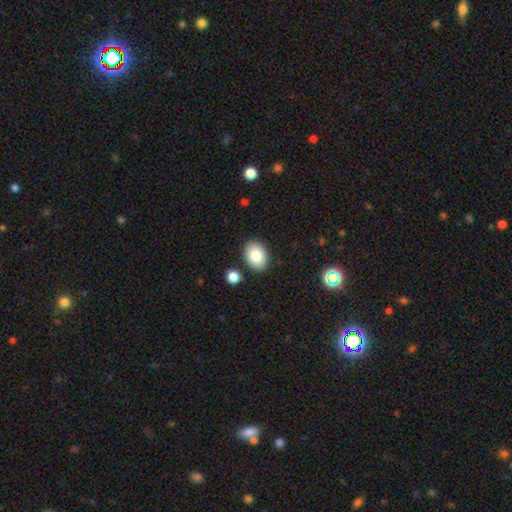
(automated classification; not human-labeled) smooth_or_featured: smooth (p=0.84) [alt: featured or disk p=0.08]
how_rounded: in between (p=0.77) [alt: round p=0.22]
merging: none (p=0.85) [alt: minor disturbance p=0.09]